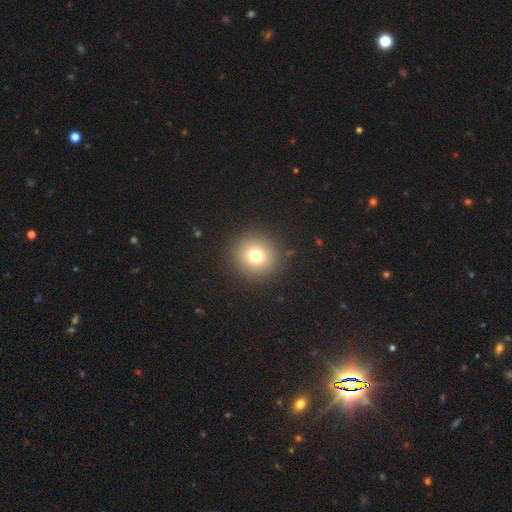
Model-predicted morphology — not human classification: smooth 76%, star or artifact 14%, featured or disk 10%. Down the decision tree: how rounded — round (93%); merging — none (91%).